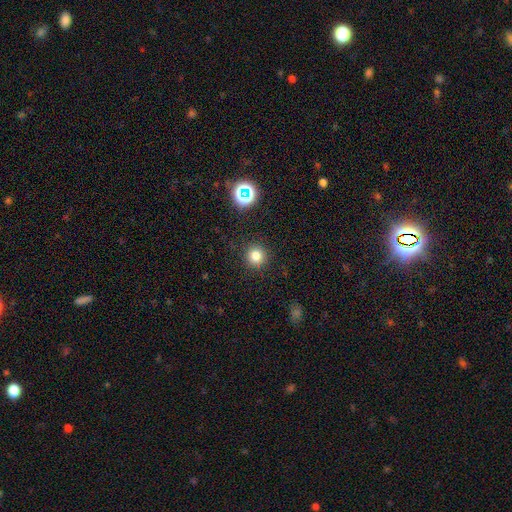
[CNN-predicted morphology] A smooth galaxy with no disk features (78%) that is round (94%).

Vote fractions:
- Smooth or featured? smooth: 78% / star or artifact: 16% / featured or disk: 6%
- How rounded? round: 94% / in between: 5% / cigar-shaped: 1%
- Merging? none: 91% / minor disturbance: 6% / major disturbance: 2% / merger: 1%